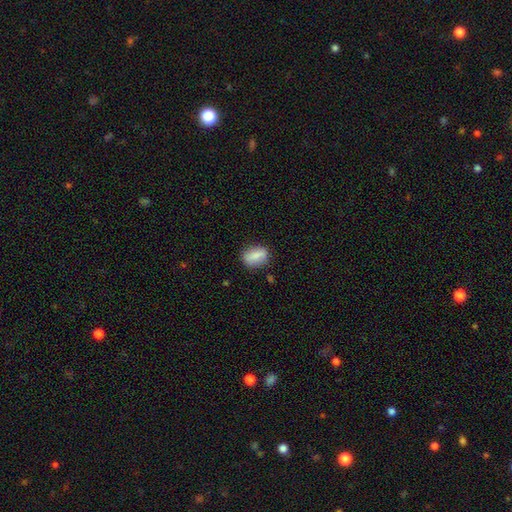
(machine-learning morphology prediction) smooth 82%, featured or disk 11%, star or artifact 8%. Down the decision tree: how rounded — in between (76%); merging — none (79%).